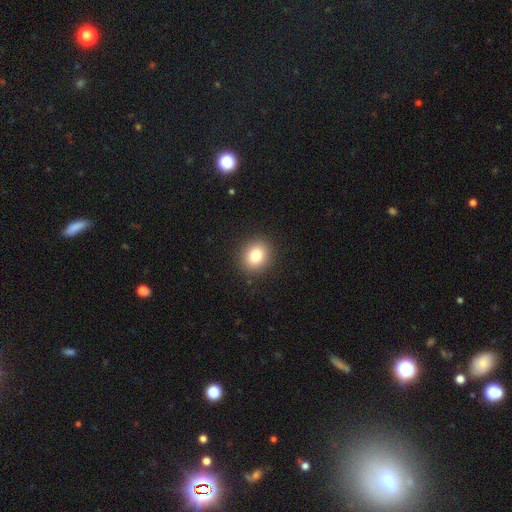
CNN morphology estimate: A smooth galaxy with no disk features (81%) that is round (75%). Merging: none (91%).